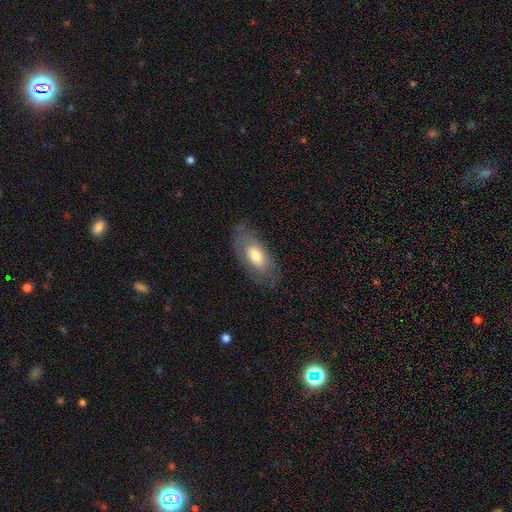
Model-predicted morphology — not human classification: smooth_or_featured: smooth (p=0.65) [alt: featured or disk p=0.29]
how_rounded: in between (p=0.90) [alt: cigar-shaped p=0.06]
merging: none (p=0.76) [alt: minor disturbance p=0.17]